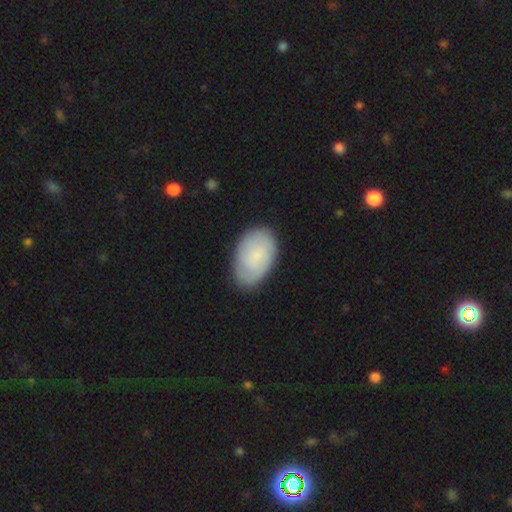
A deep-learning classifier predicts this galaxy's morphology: This is likely a smooth galaxy (67%). How rounded: clearly in between (91%). Merging: likely none (79%).